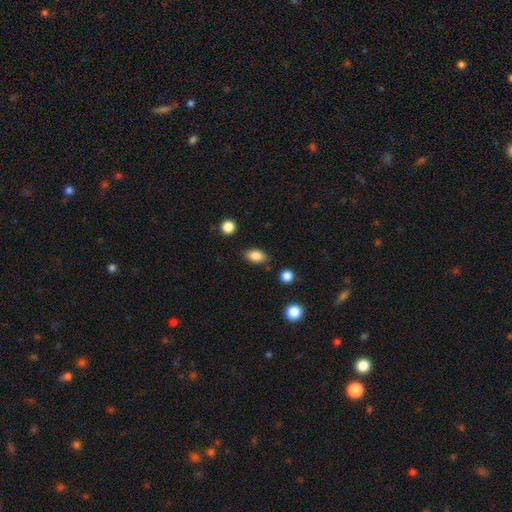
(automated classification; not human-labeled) The model was most divided on "merging": none: 83%, minor disturbance: 12%, major disturbance: 3%, merger: 3%. More confident: how rounded — in between (87%); smooth or featured — smooth (86%).